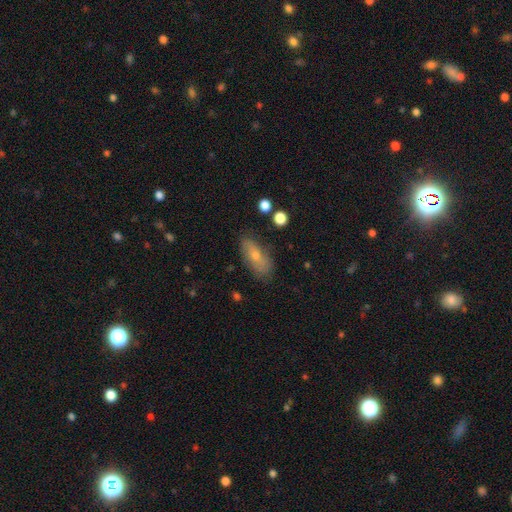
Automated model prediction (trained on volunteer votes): Q: Smooth or featured?
A: smooth (64%); runner-up: featured or disk (28%)
Q: How rounded?
A: in between (82%); runner-up: cigar-shaped (14%)
Q: Merging?
A: none (72%); runner-up: minor disturbance (20%)